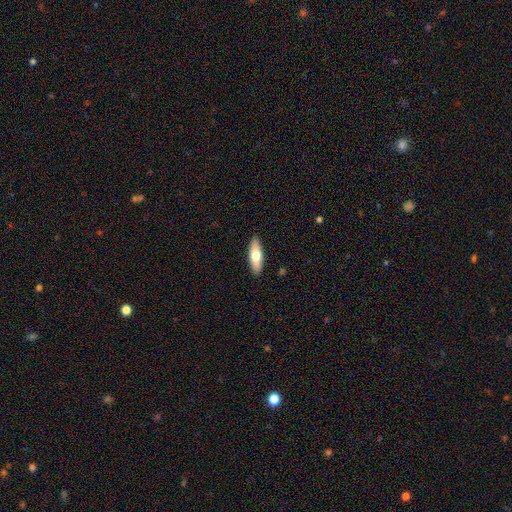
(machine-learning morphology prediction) Smooth or featured: smooth — 66% (featured or disk — 28%)
How rounded: in between — 58% (cigar-shaped — 39%)
Merging: none — 90% (minor disturbance — 8%)